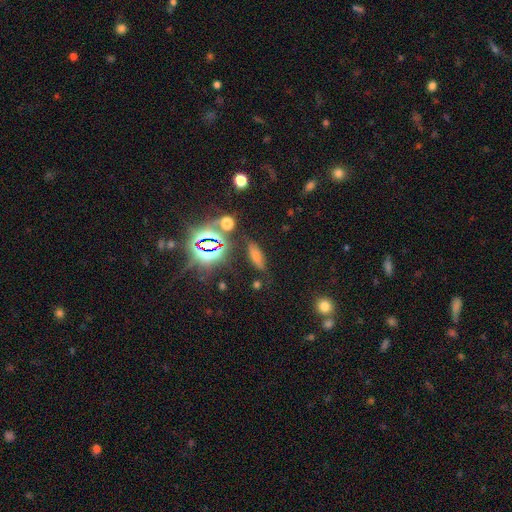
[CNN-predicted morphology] Overall: smooth (61%; star or artifact 27%). How rounded: in between (54%; cigar-shaped 40%). Merging: none (76%).